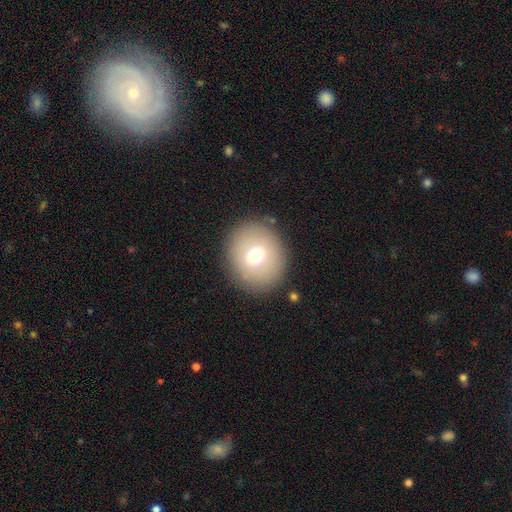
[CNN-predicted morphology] Overall: smooth (67%). How rounded: round (76%). Merging: none (86%).